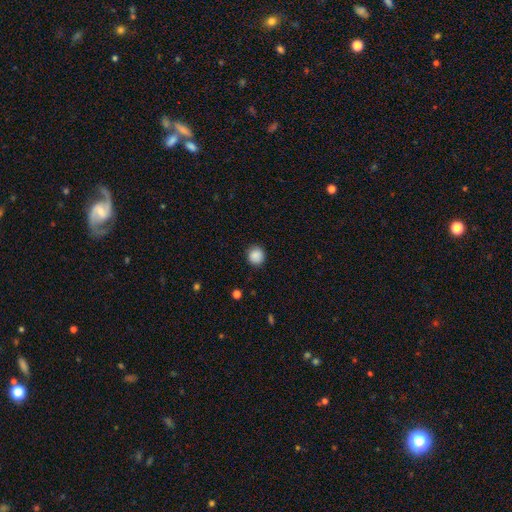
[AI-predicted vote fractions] The model was most divided on "smooth or featured": smooth: 88%, star or artifact: 9%, featured or disk: 3%. More confident: how rounded — round (92%); merging — none (89%).